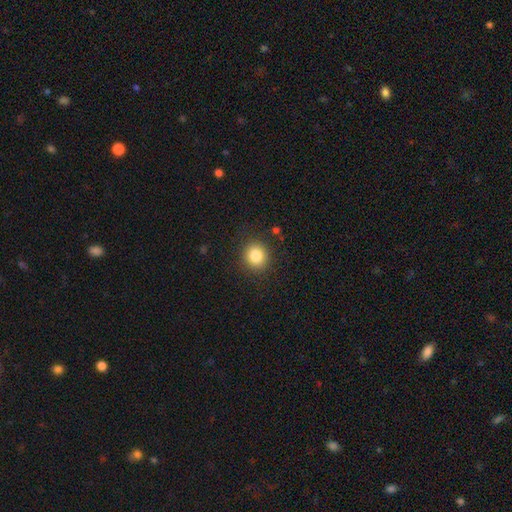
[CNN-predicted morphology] smooth-or-featured: smooth: 83% | star or artifact: 11% | featured or disk: 6%
  how-rounded: round: 85% | in between: 14% | cigar-shaped: 1%
  merging: none: 89% | minor disturbance: 7% | major disturbance: 3% | merger: 1%